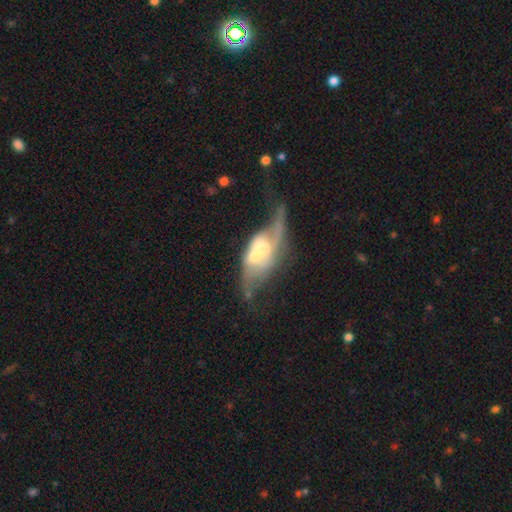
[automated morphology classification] type=featured or disk (59%); edge-on=no (83%); merging=merger (64%).